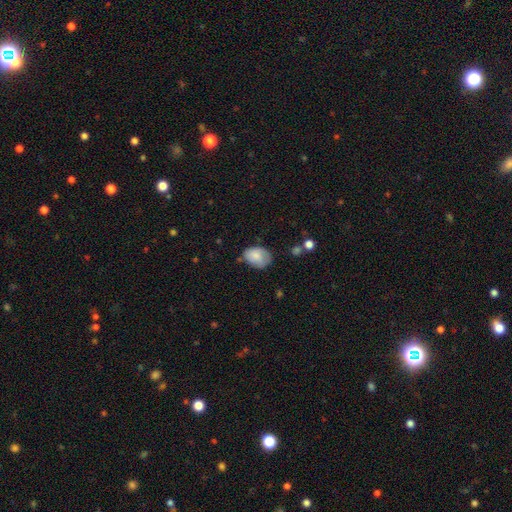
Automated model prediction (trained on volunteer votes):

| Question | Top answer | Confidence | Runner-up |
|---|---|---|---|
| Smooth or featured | smooth | 80% | featured or disk (13%) |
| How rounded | in between | 79% | round (20%) |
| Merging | none | 57% | minor disturbance (31%) |